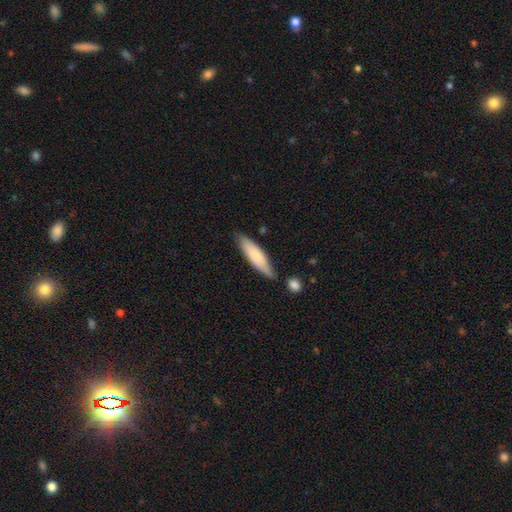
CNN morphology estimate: type=smooth (75%); roundness=cigar-shaped (67%); merging=none (71%).